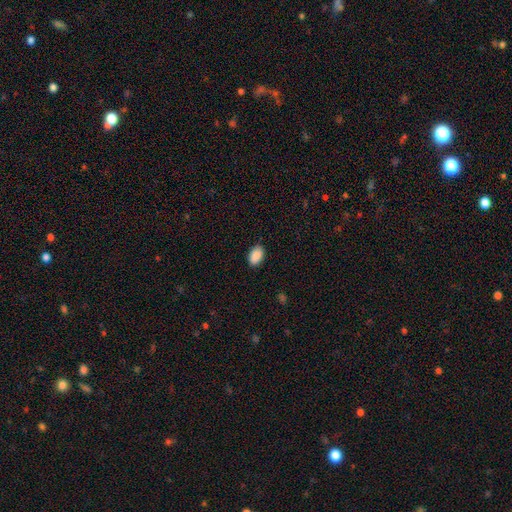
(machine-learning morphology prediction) smooth_or_featured: smooth (p=0.90) [alt: star or artifact p=0.07]
how_rounded: in between (p=0.91) [alt: round p=0.08]
merging: none (p=0.86) [alt: minor disturbance p=0.11]